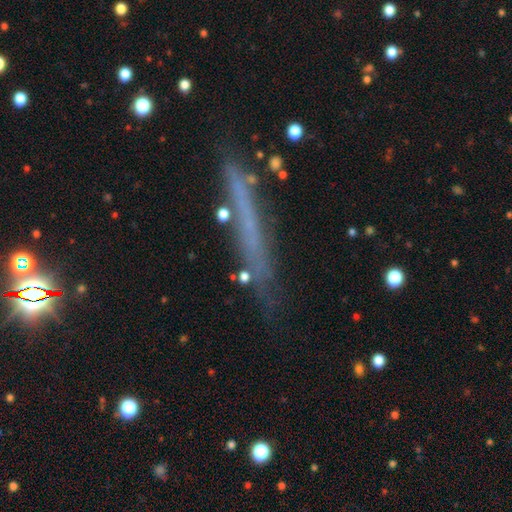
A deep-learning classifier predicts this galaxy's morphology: smooth_or_featured: featured or disk (p=0.46) [alt: smooth p=0.40]
merging: none (p=0.74) [alt: minor disturbance p=0.18]